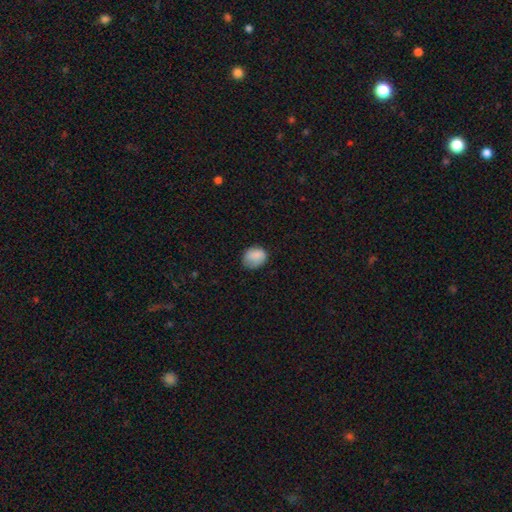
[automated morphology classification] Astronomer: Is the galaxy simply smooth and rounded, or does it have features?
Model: smooth — 85%.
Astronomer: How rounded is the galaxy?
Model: round — 56% (runner-up: in between, 44%).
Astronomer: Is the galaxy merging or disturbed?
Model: none — 68%.